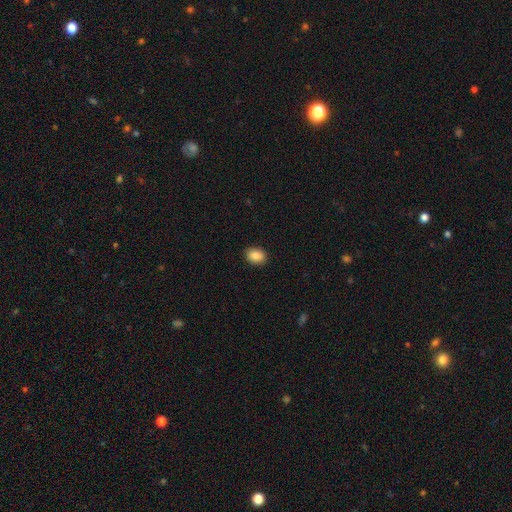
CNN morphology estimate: smooth-or-featured: smooth: 88% | star or artifact: 8% | featured or disk: 4%
  how-rounded: in between: 70% | round: 29% | cigar-shaped: 1%
  merging: none: 91% | minor disturbance: 7% | major disturbance: 2% | merger: 1%